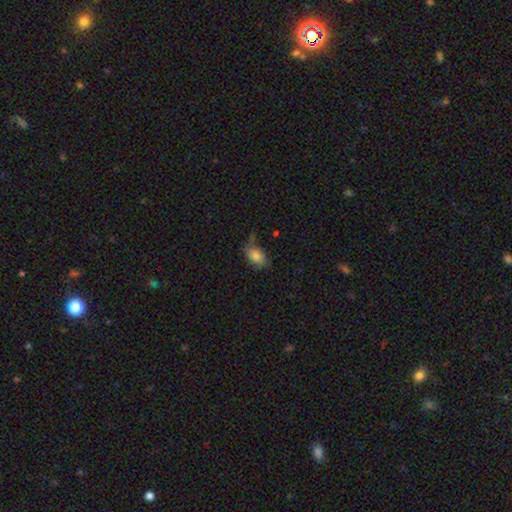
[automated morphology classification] A smooth galaxy with no disk features (83%) that is in between round and cigar-shaped (88%).

Vote fractions:
- Smooth or featured? smooth: 83% / featured or disk: 9% / star or artifact: 8%
- How rounded? in between: 88% / round: 10% / cigar-shaped: 2%
- Merging? none: 62% / minor disturbance: 25% / major disturbance: 7% / merger: 5%